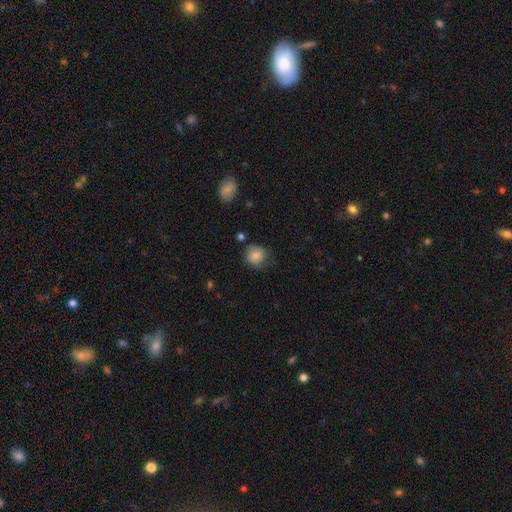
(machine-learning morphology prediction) A smooth galaxy with no disk features (84%) that is round (81%).

Vote fractions:
- Smooth or featured? smooth: 84% / star or artifact: 9% / featured or disk: 8%
- How rounded? round: 81% / in between: 18% / cigar-shaped: 1%
- Merging? none: 64% / minor disturbance: 25% / major disturbance: 8% / merger: 3%